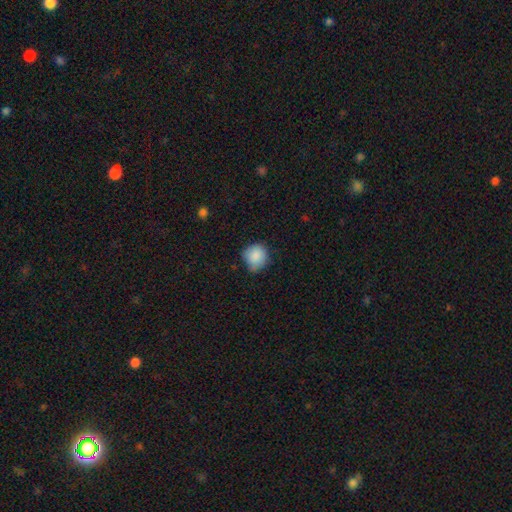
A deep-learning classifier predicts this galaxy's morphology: Smooth or featured? smooth (87%)
How rounded? round (85%)
Merging? none (66%)